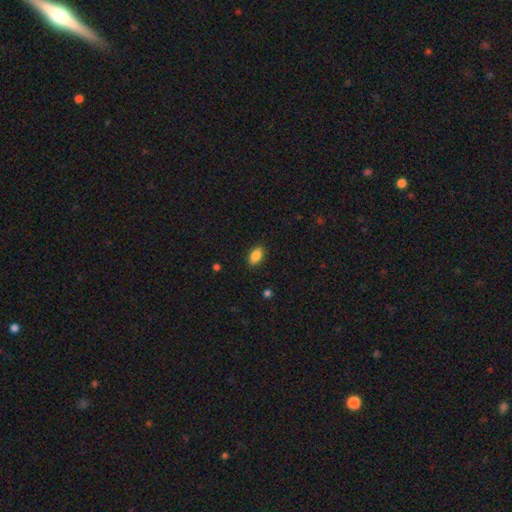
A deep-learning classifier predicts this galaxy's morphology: Smooth or featured? smooth (87%)
How rounded? in between (91%)
Merging? none (88%)